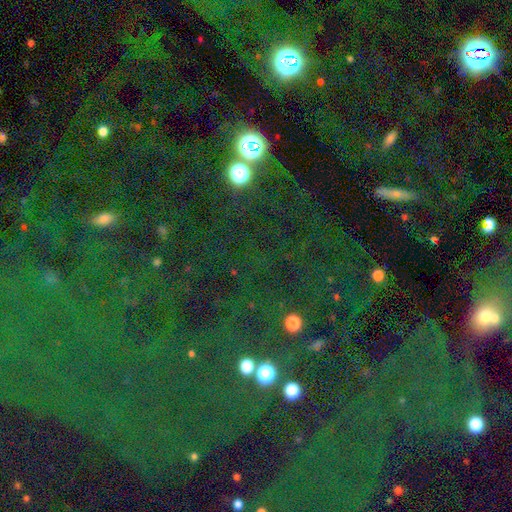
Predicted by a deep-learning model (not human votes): smooth-or-featured: star or artifact: 70% | smooth: 21% | featured or disk: 10%